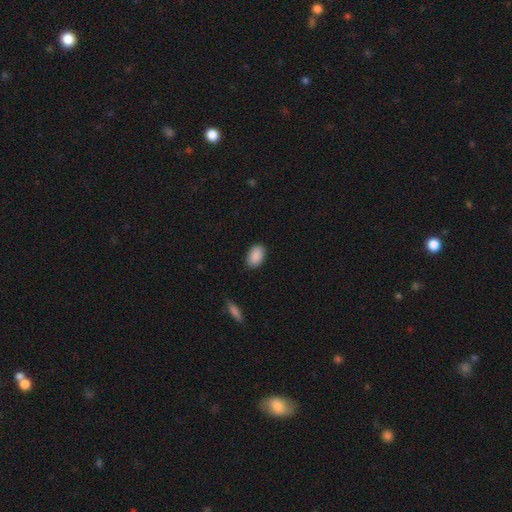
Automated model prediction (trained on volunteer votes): Morphology: type=smooth (90%); roundness=in between (90%); merging=none (87%).